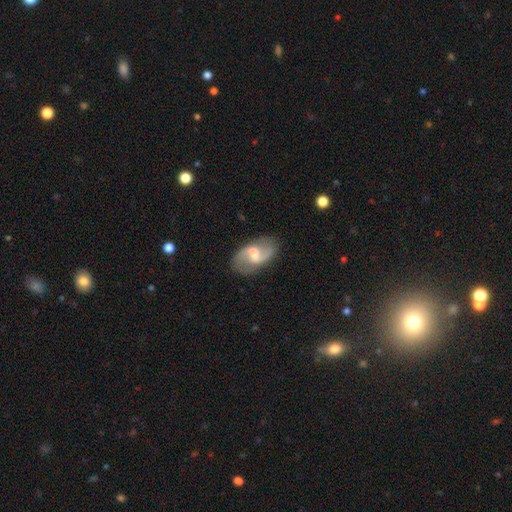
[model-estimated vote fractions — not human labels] A featured or disk galaxy (82%) with a weak bar (57%), 2 (91%) loose (56%) spiral arms (92%) and a moderate central bulge (45%).

Vote fractions:
- Smooth or featured? featured or disk: 82% / smooth: 13% / star or artifact: 6%
- Edge-on disk? no: 97% / yes: 3%
- Bar? weak: 57% / strong: 27% / no: 16%
- Spiral arms? yes: 92% / no: 8%
- Spiral winding? loose: 56% / medium: 35% / tight: 9%
- Spiral arm count? 2: 91% / can't tell: 4% / 1: 2% / 3: 1% / 4: 1% / more than 4: 1%
- Bulge size? moderate: 45% / small: 36% / none: 11% / large: 7% / dominant: 1%
- Merging? none: 81% / minor disturbance: 13% / major disturbance: 4% / merger: 2%